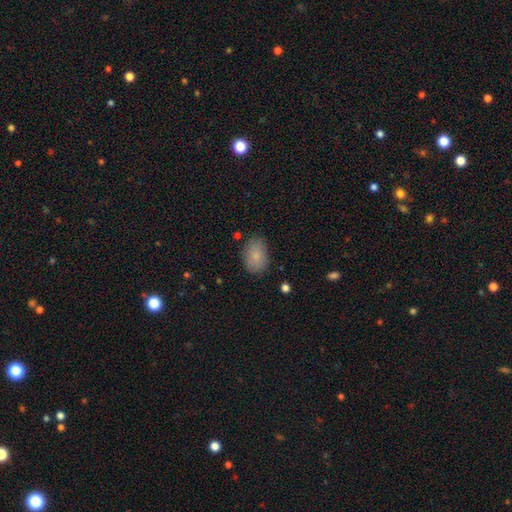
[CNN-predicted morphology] The model was most divided on "merging": none: 79%, minor disturbance: 16%, major disturbance: 4%, merger: 2%. More confident: smooth or featured — smooth (83%); how rounded — in between (83%).